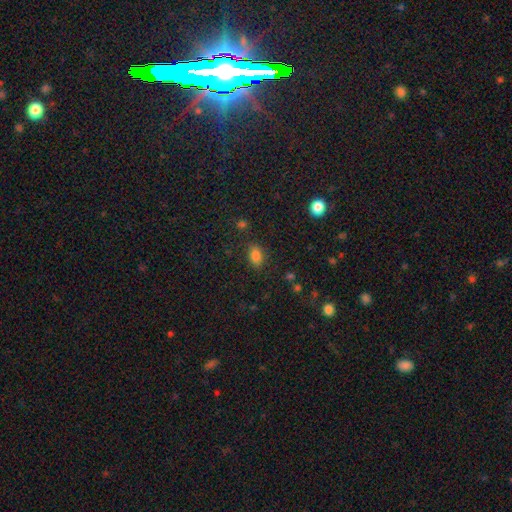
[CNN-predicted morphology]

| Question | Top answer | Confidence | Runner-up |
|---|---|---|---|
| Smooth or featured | smooth | 81% | star or artifact (13%) |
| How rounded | in between | 82% | round (15%) |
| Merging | none | 82% | minor disturbance (12%) |